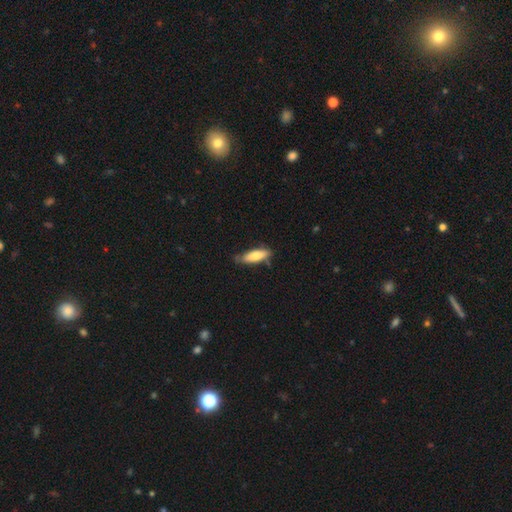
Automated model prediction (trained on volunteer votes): Smooth or featured: smooth — 75% (featured or disk — 20%)
How rounded: in between — 54% (cigar-shaped — 44%)
Merging: none — 71% (minor disturbance — 23%)